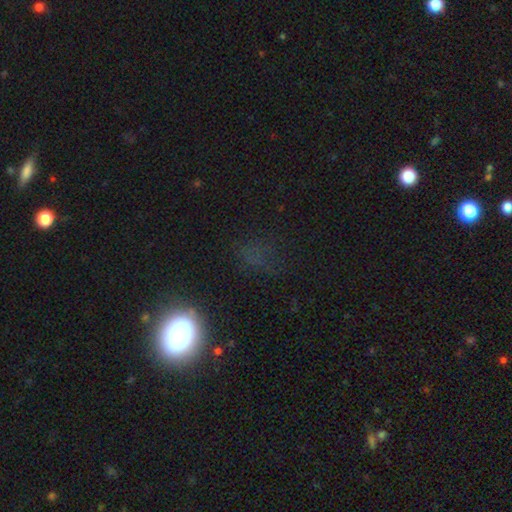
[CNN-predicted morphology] A smooth galaxy with no disk features (51%) that is round (55%). Merging: none (67%).